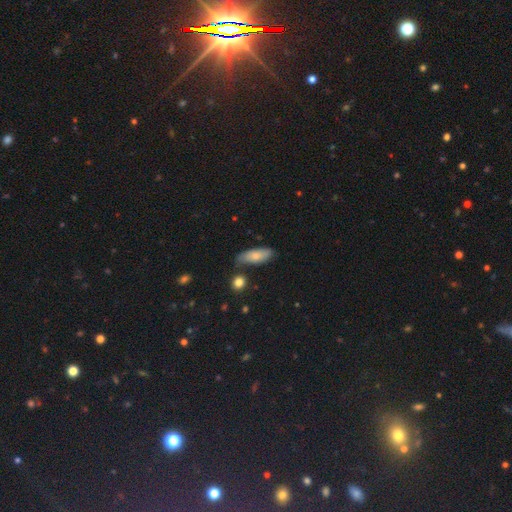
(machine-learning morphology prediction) Overall: smooth (76%). How rounded: in between (72%). Merging: none (66%).